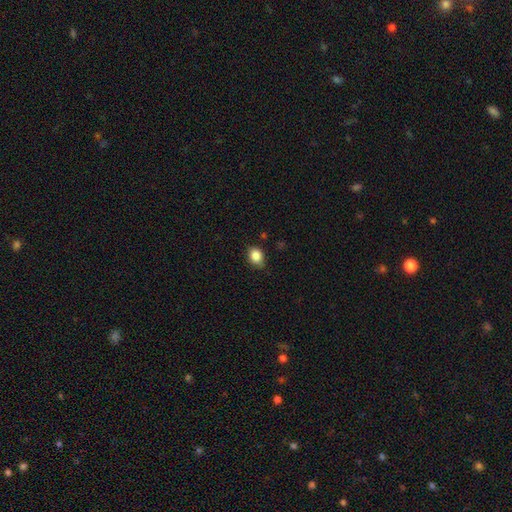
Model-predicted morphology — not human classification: A smooth galaxy with no disk features (86%) that is round (55%). Merging: none (73%).